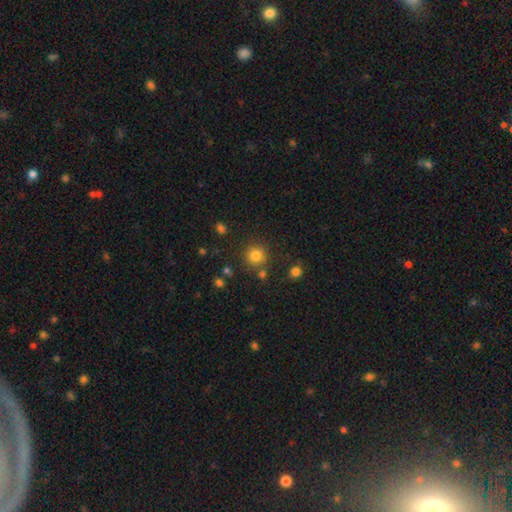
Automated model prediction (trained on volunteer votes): This appears to be a smooth galaxy with no disk features (80%) that is round (93%). Merging: none (81%).